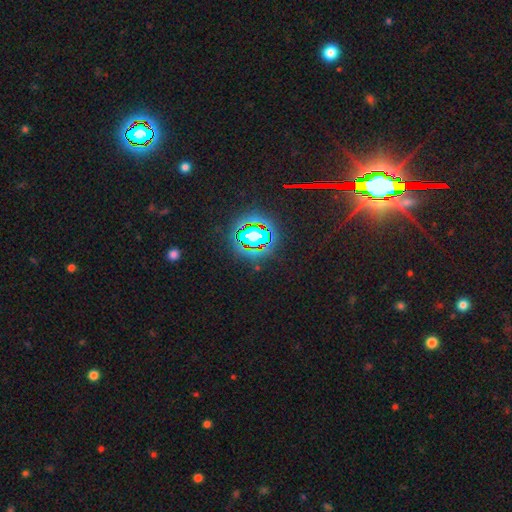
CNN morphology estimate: A star or artifact, not a galaxy (85%).